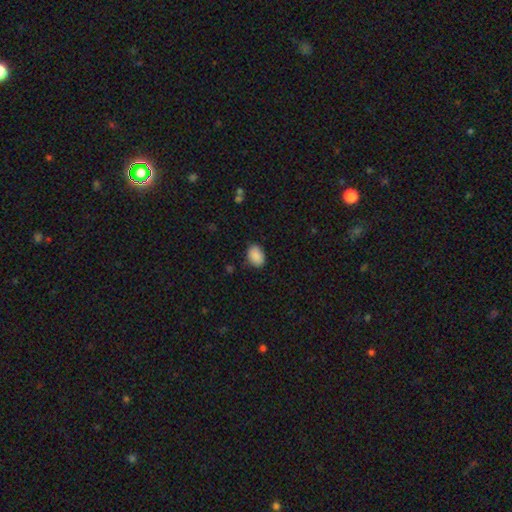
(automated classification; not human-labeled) Smooth or featured?
  - smooth: 90% *
  - star or artifact: 7%
  - featured or disk: 3%
How rounded?
  - in between: 85% *
  - round: 14%
  - cigar-shaped: 1%
Merging?
  - none: 85% *
  - minor disturbance: 11%
  - major disturbance: 2%
  - merger: 1%